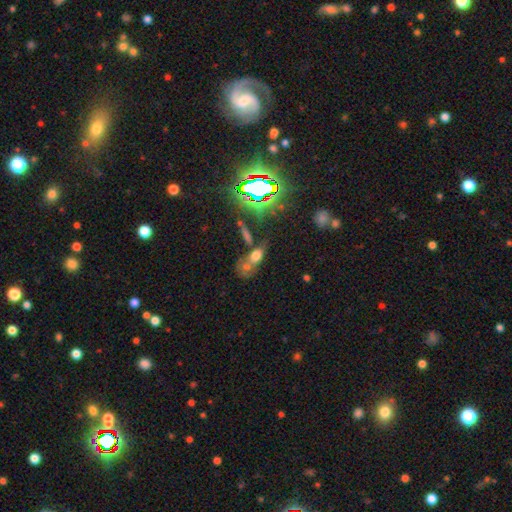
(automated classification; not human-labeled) Smooth or featured? Predicted: smooth (p=0.56). How rounded? Predicted: in between (p=0.70). Merging? Predicted: merger (p=0.49).